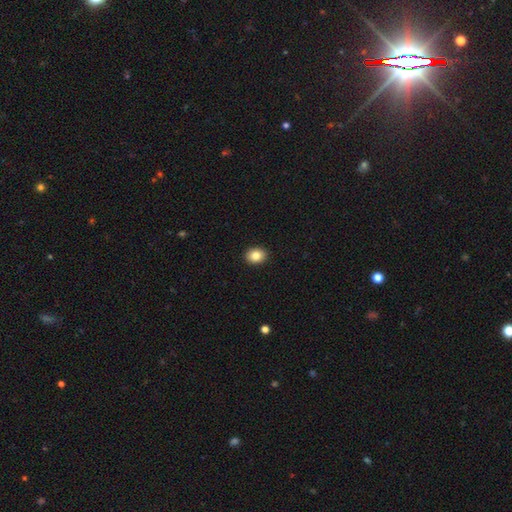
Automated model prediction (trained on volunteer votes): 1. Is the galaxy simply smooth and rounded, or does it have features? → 85% smooth, 9% star or artifact, 7% featured or disk.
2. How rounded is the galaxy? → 54% in between, 45% round, 1% cigar-shaped.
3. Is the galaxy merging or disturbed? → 92% none, 6% minor disturbance, 1% major disturbance, 1% merger.